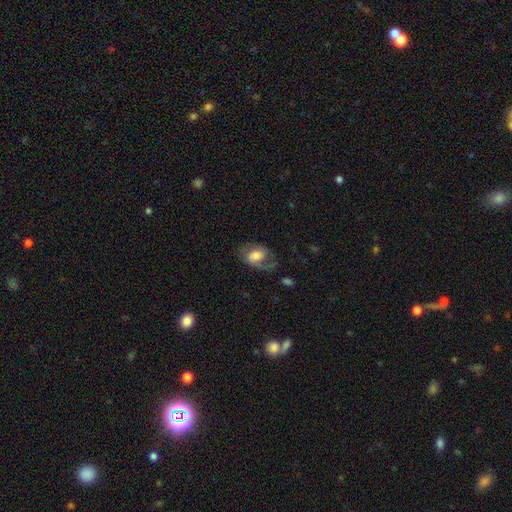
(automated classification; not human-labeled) A featured or disk galaxy (51%). Merging: none (55%).